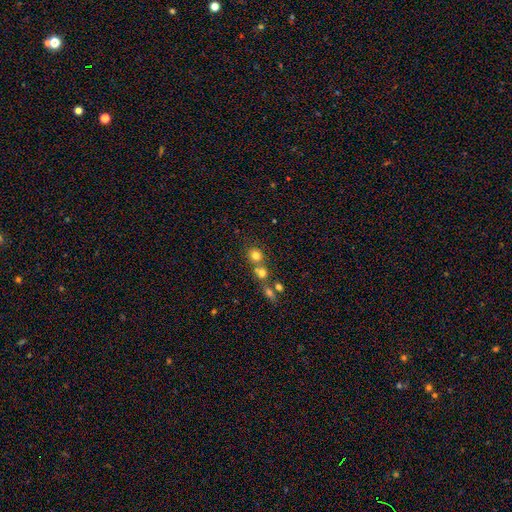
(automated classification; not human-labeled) Smooth or featured? Predicted: smooth (p=0.74). How rounded? Predicted: round (p=0.80). Merging? Predicted: none (p=0.50).